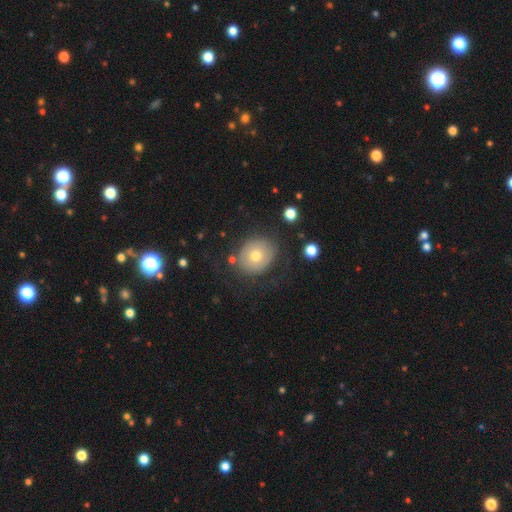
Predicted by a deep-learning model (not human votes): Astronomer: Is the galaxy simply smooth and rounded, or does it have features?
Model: smooth — 60%.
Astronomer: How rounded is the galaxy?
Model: round — 64%.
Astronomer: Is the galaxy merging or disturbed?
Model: none — 73%.